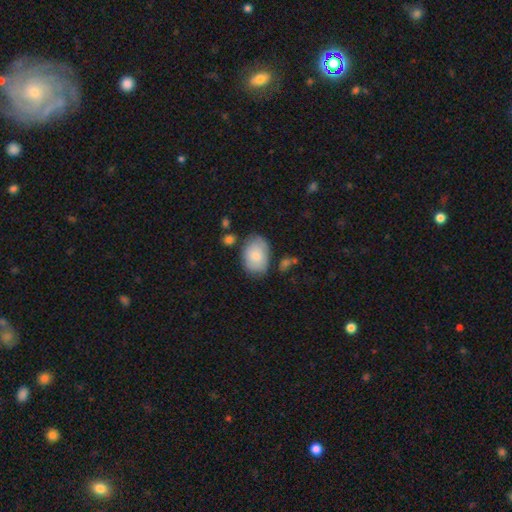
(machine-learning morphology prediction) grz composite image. It shows a smooth galaxy with no disk features (80%) that is in between round and cigar-shaped (83%). Merging: none (69%).